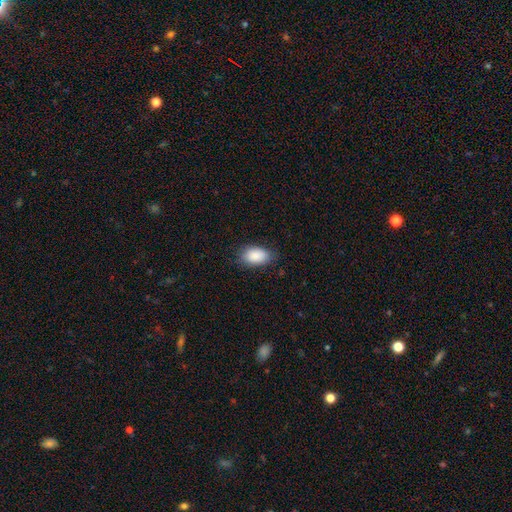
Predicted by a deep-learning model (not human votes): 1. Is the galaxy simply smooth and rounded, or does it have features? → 89% smooth, 6% star or artifact, 4% featured or disk.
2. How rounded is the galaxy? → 93% in between, 5% round, 2% cigar-shaped.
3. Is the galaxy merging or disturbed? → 81% none, 15% minor disturbance, 3% major disturbance, 1% merger.